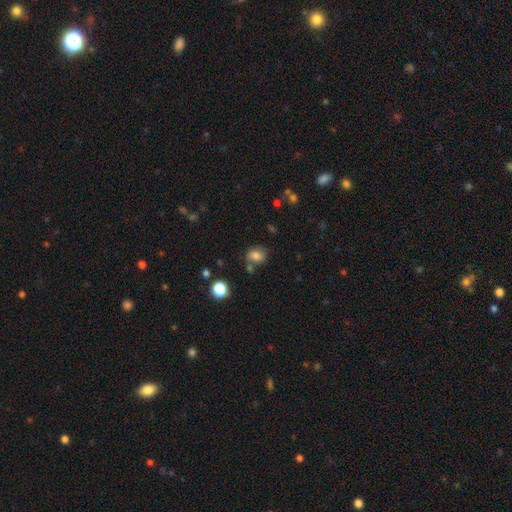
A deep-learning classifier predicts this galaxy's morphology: smooth-or-featured: smooth: 77% | star or artifact: 13% | featured or disk: 10%
  how-rounded: round: 55% | in between: 44% | cigar-shaped: 1%
  merging: none: 69% | minor disturbance: 16% | merger: 11% | major disturbance: 5%